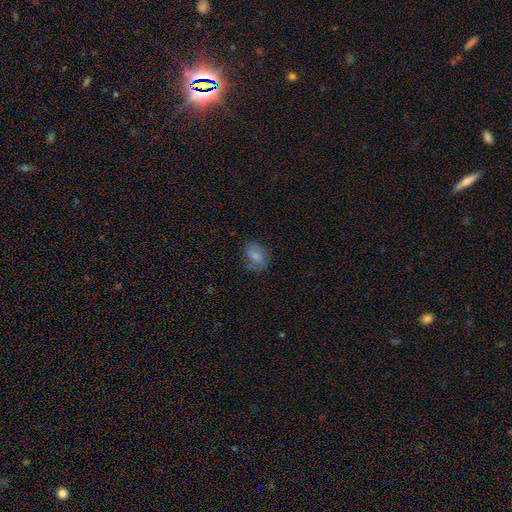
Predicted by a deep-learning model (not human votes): Overall: smooth (71%). How rounded: in between (75%). Merging: none (73%).